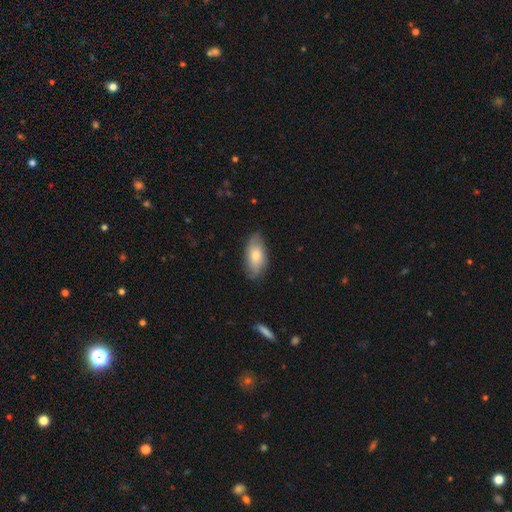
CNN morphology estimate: Smooth or featured? Predicted: smooth (p=0.64). How rounded? Predicted: in between (p=0.90). Merging? Predicted: none (p=0.78).